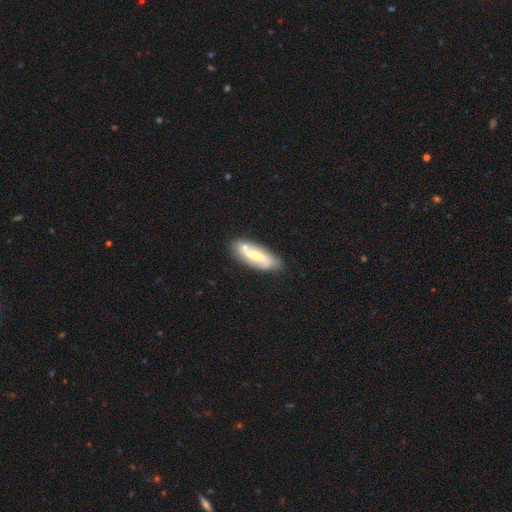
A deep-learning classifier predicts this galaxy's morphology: The model was most divided on "bar": weak: 42%, strong: 35%, no: 23%. Remaining: edge-on disk — no (88%); spiral arms — yes (83%); merging — none (71%); smooth or featured — featured or disk (62%); bulge size — moderate (46%).